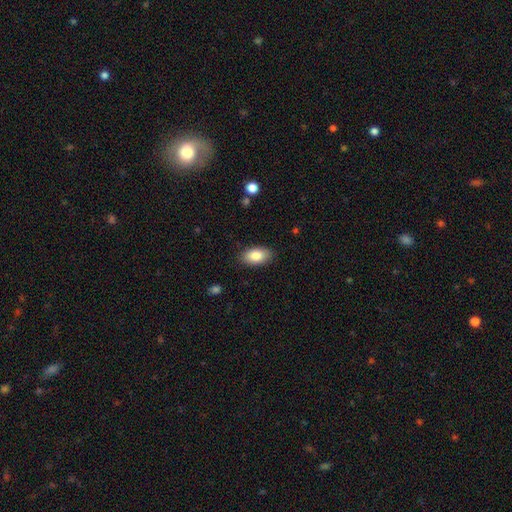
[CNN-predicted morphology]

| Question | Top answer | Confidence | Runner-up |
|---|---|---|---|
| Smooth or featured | smooth | 85% | featured or disk (8%) |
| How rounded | in between | 94% | round (4%) |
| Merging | none | 87% | minor disturbance (10%) |